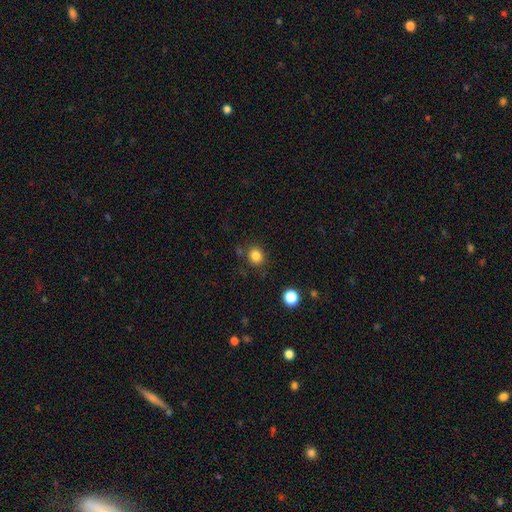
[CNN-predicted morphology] smooth 83%, star or artifact 12%, featured or disk 5%. Down the decision tree: how rounded — round (77%); merging — none (82%).